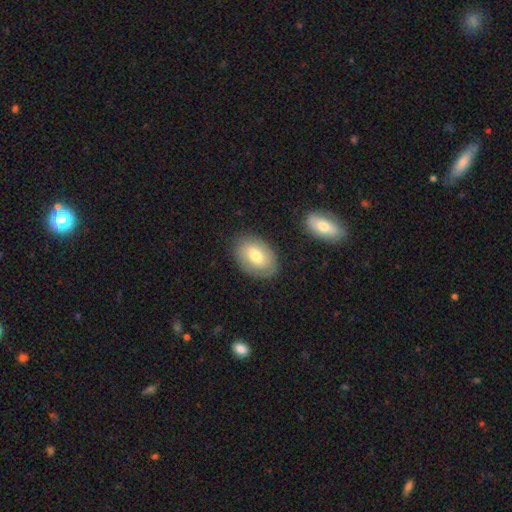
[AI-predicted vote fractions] Smooth or featured?
  - smooth: 62% *
  - featured or disk: 31%
  - star or artifact: 7%
How rounded?
  - in between: 85% *
  - round: 14%
  - cigar-shaped: 1%
Merging?
  - none: 81% *
  - minor disturbance: 13%
  - major disturbance: 4%
  - merger: 2%